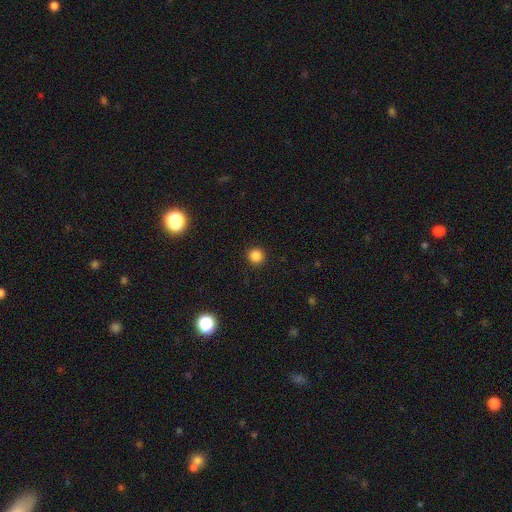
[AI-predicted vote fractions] This appears to be a smooth galaxy with no disk features (85%) that is round (95%). Merging: none (93%).